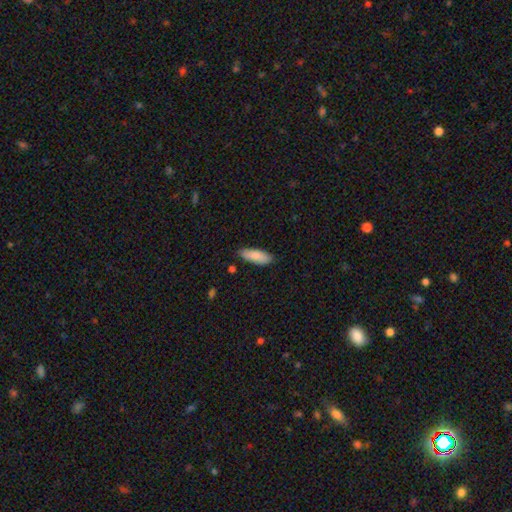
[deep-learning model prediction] Smooth or featured? Predicted: smooth (p=0.87). How rounded? Predicted: in between (p=0.59). Merging? Predicted: none (p=0.85).